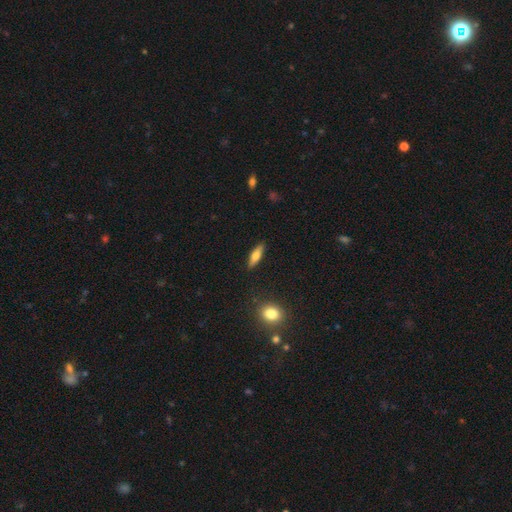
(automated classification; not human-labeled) Overall: smooth (64%; featured or disk 30%). How rounded: cigar-shaped (61%; in between 36%). Merging: none (88%).